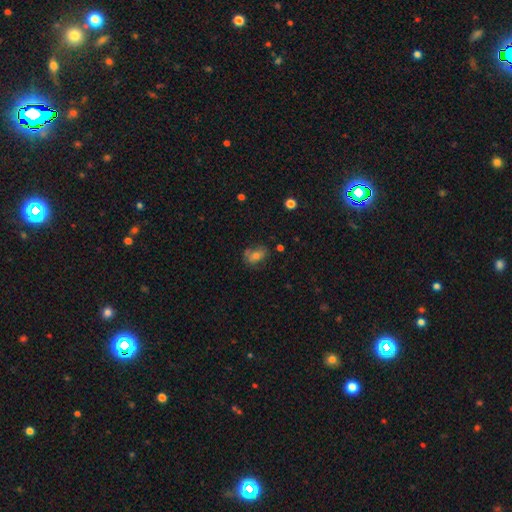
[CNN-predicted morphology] Smooth or featured? Predicted: smooth (p=0.57). How rounded? Predicted: in between (p=0.76). Merging? Predicted: none (p=0.54).